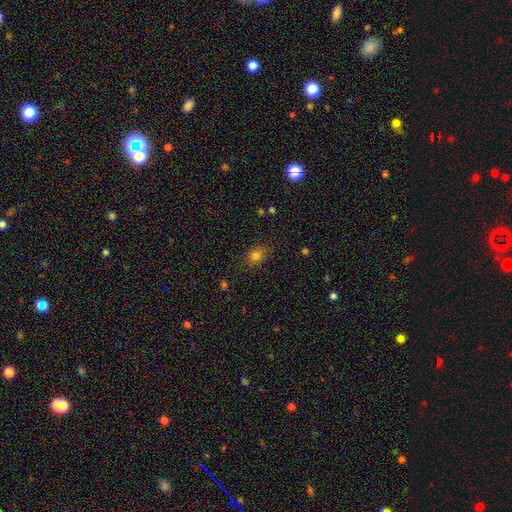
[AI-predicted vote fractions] Q: Smooth or featured?
A: smooth (79%); runner-up: star or artifact (14%)
Q: How rounded?
A: in between (58%); runner-up: round (40%)
Q: Merging?
A: none (80%); runner-up: minor disturbance (14%)